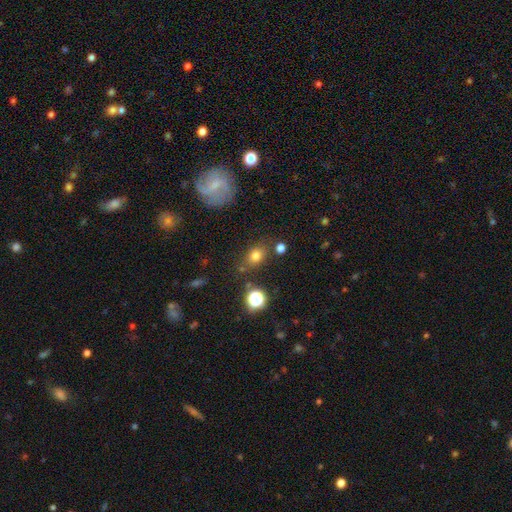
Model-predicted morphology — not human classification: The model was most divided on "how rounded": in between: 55%, round: 44%, cigar-shaped: 2%. More confident: merging — none (75%); smooth or featured — smooth (75%).